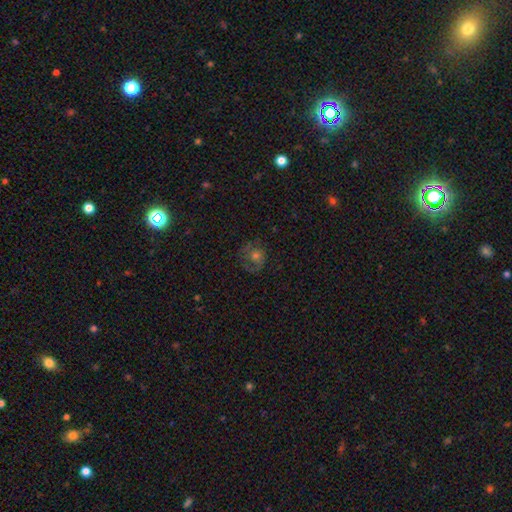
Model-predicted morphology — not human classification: This is possibly a featured or disk galaxy (50%). It is clearly not viewed edge-on (97%). Merging: likely none (67%).